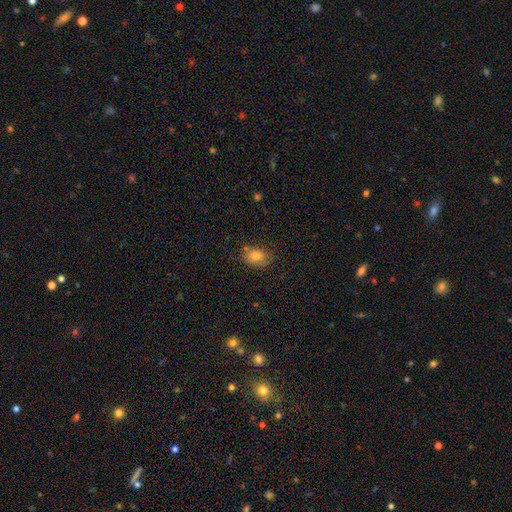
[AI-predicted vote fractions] A smooth galaxy with no disk features (78%) that is in between round and cigar-shaped (52%).

Vote fractions:
- Smooth or featured? smooth: 78% / star or artifact: 11% / featured or disk: 10%
- How rounded? in between: 52% / round: 47% / cigar-shaped: 1%
- Merging? none: 73% / minor disturbance: 19% / major disturbance: 4% / merger: 4%